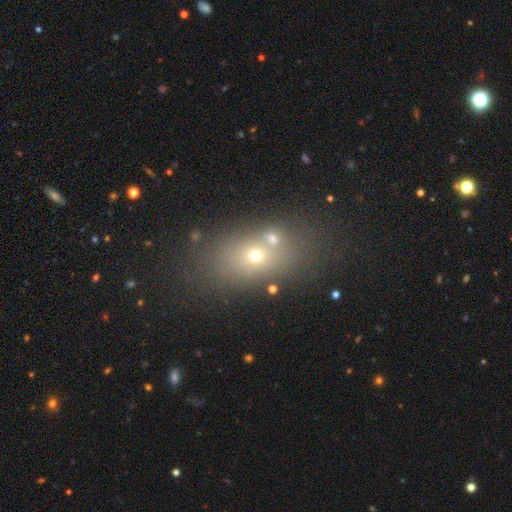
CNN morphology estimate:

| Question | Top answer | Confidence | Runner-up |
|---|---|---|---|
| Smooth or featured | smooth | 56% | featured or disk (22%) |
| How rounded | in between | 69% | round (27%) |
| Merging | none | 57% | merger (24%) |